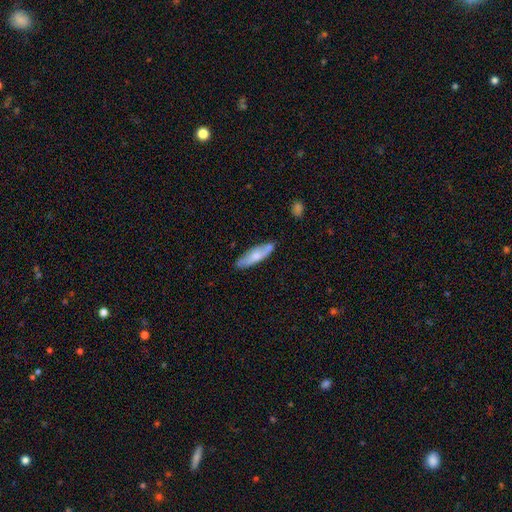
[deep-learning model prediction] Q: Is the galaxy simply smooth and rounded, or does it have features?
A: smooth — 61%.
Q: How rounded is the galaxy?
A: cigar-shaped — 59%.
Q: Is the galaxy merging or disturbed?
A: none — 71%.